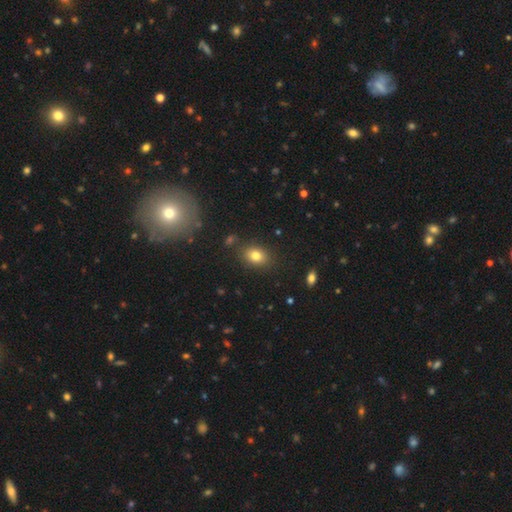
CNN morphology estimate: Q: Smooth or featured?
A: smooth (81%); runner-up: star or artifact (11%)
Q: How rounded?
A: in between (66%); runner-up: round (33%)
Q: Merging?
A: none (83%); runner-up: minor disturbance (11%)